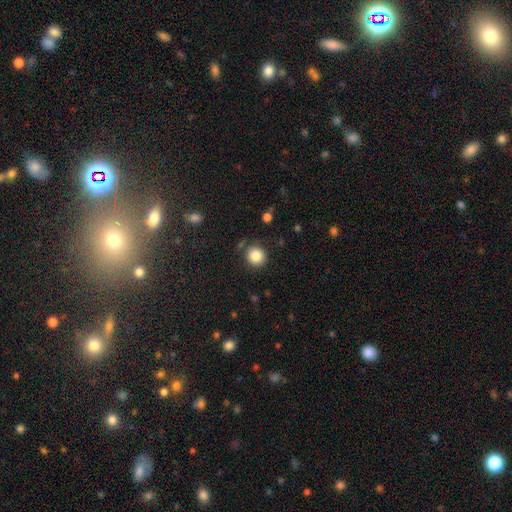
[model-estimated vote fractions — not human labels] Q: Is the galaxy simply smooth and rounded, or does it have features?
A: smooth — 85%.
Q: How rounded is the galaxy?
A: round — 90%.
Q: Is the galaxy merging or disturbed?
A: none — 86%.